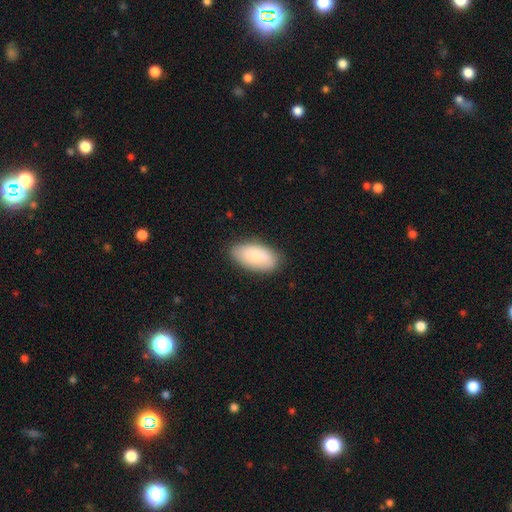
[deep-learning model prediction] smooth 78%, featured or disk 16%, star or artifact 6%. Down the decision tree: how rounded — in between (94%); merging — none (83%).